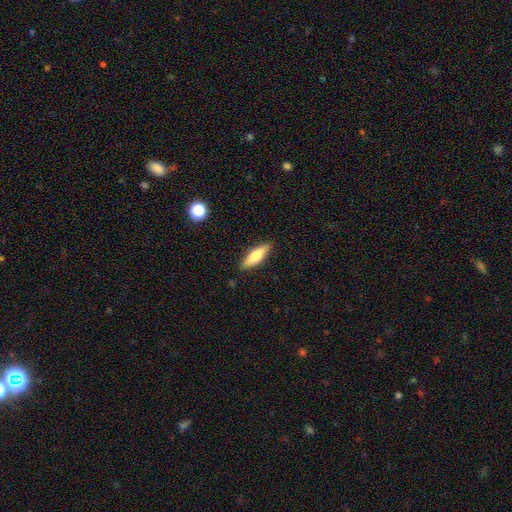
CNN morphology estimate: A smooth galaxy with no disk features (64%) that is cigar-shaped (50%). Merging: none (87%).